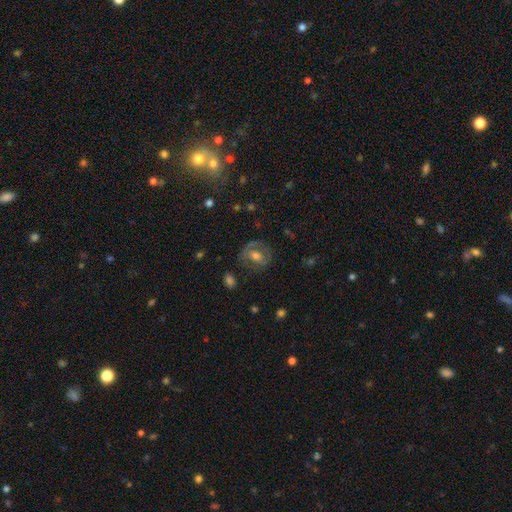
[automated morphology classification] type=featured or disk (47%); merging=none (70%).